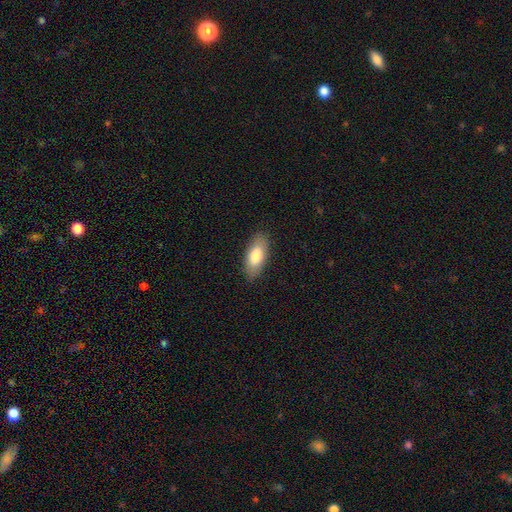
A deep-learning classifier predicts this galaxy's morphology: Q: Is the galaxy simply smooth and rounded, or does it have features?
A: smooth — 79%.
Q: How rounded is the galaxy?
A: in between — 83%.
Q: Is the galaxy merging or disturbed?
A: none — 86%.